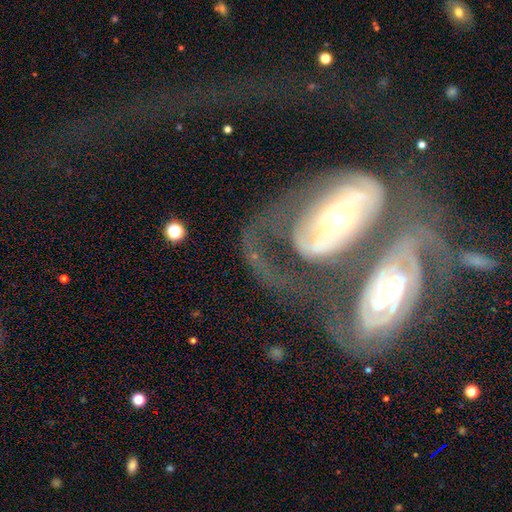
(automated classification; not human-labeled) smooth_or_featured: featured or disk (p=0.75) [alt: smooth p=0.18]
disk_edge_on: no (p=0.93) [alt: yes p=0.07]
bar: no (p=0.61) [alt: weak p=0.23]
has_spiral_arms: yes (p=0.81) [alt: no p=0.19]
spiral_winding: tight (p=0.43) [alt: medium p=0.33]
spiral_arm_count: 2 (p=0.55) [alt: can't tell p=0.25]
bulge_size: moderate (p=0.52) [alt: small p=0.37]
merging: merger (p=0.52) [alt: major disturbance p=0.22]